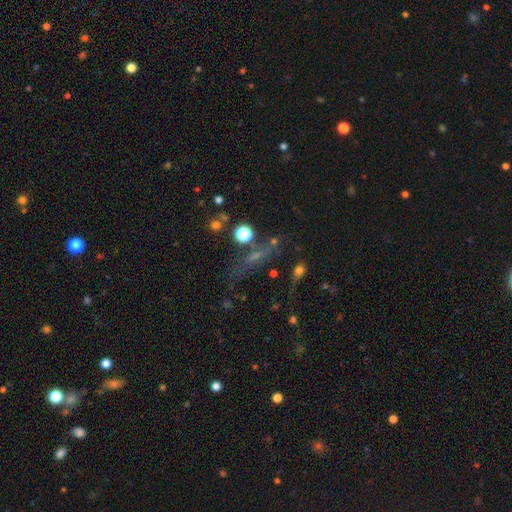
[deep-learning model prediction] smooth_or_featured: star or artifact (p=0.40) [alt: smooth p=0.34]